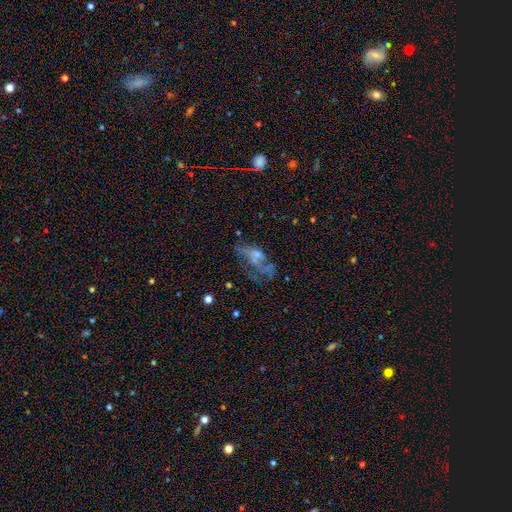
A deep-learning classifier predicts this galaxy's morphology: The model was most divided on "bulge size": small: 37%, none: 29%, moderate: 28%, large: 4%, dominant: 2%. Remaining: edge-on disk — no (92%); bar — no (80%); spiral arms — no (70%); smooth or featured — featured or disk (55%); merging — major disturbance (38%).